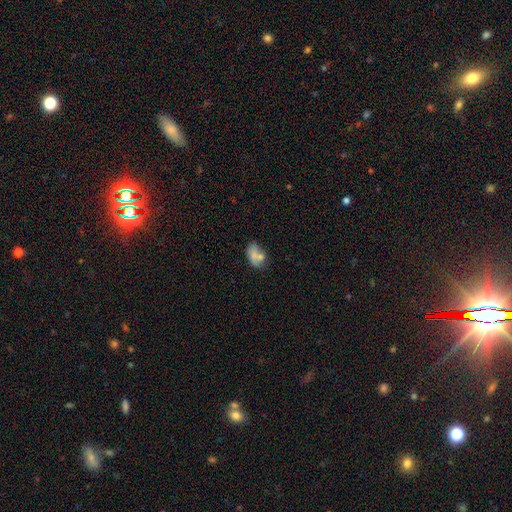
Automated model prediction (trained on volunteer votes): This is likely a smooth galaxy (66%). How rounded: clearly in between (83%). Merging: marginally none (42%).